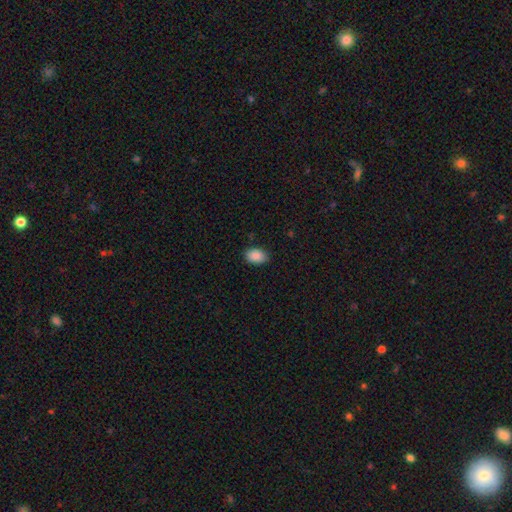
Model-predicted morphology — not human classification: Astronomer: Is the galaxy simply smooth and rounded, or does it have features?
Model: smooth — 89%.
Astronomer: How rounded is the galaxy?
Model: in between — 87%.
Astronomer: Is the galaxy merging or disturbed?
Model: none — 86%.